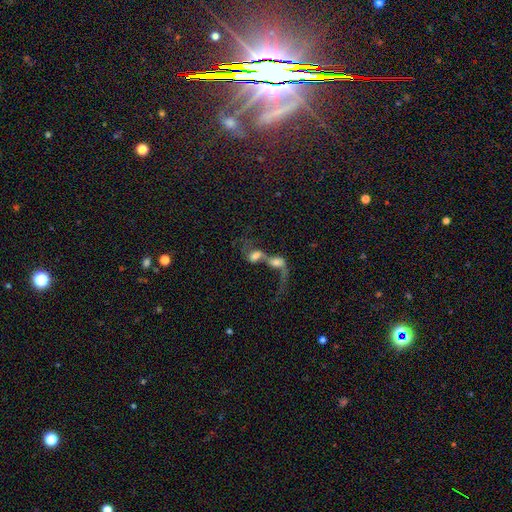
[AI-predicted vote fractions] Smooth or featured?
  - featured or disk: 46% *
  - smooth: 42%
  - star or artifact: 12%
Merging?
  - merger: 81% *
  - major disturbance: 11%
  - none: 6%
  - minor disturbance: 3%